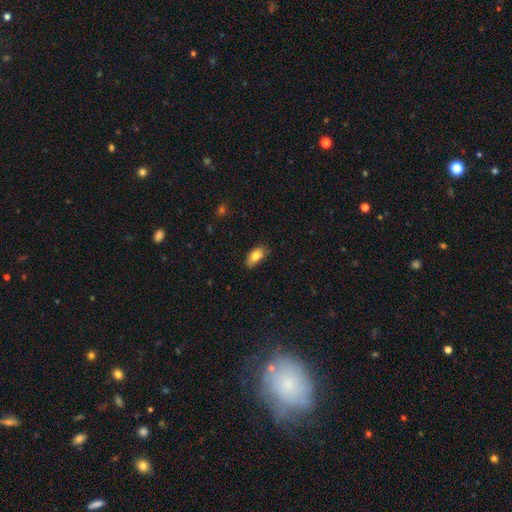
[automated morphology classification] type=smooth (82%); roundness=in between (89%); merging=none (75%).